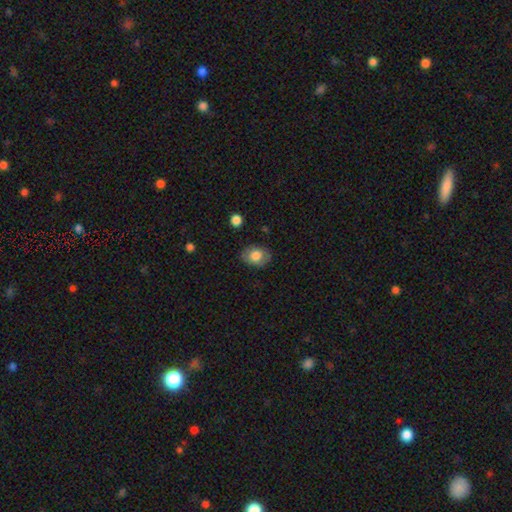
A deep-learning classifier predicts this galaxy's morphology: Overall: smooth (77%). How rounded: in between (70%). Merging: none (82%).